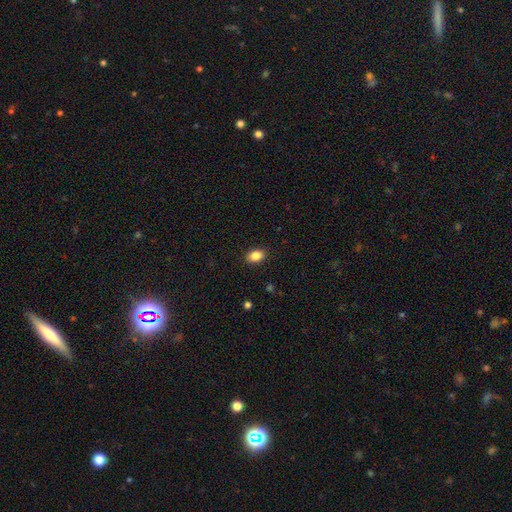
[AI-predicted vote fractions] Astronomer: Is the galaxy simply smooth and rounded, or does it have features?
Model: smooth — 87%.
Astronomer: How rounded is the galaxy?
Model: in between — 80%.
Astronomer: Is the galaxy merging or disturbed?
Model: none — 89%.